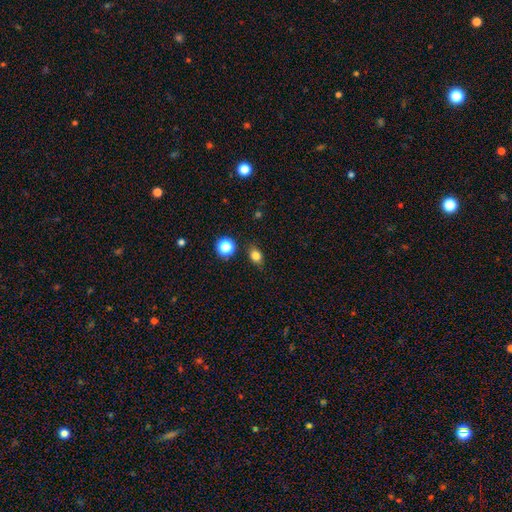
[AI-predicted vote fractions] Q: Smooth or featured?
A: smooth (80%); runner-up: star or artifact (13%)
Q: How rounded?
A: in between (61%); runner-up: round (37%)
Q: Merging?
A: none (82%); runner-up: minor disturbance (13%)